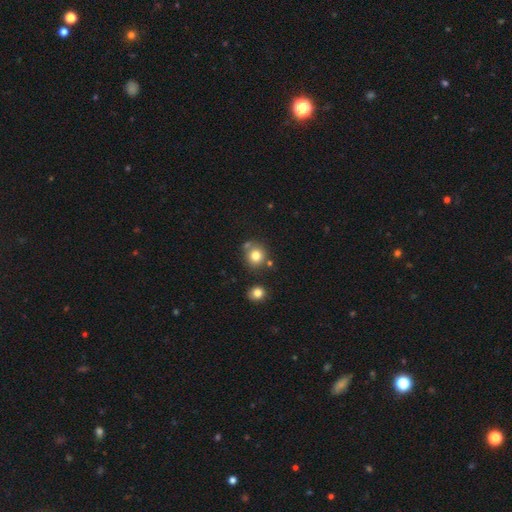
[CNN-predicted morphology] This is likely a smooth galaxy (79%). How rounded: clearly round (88%). Merging: likely none (71%).